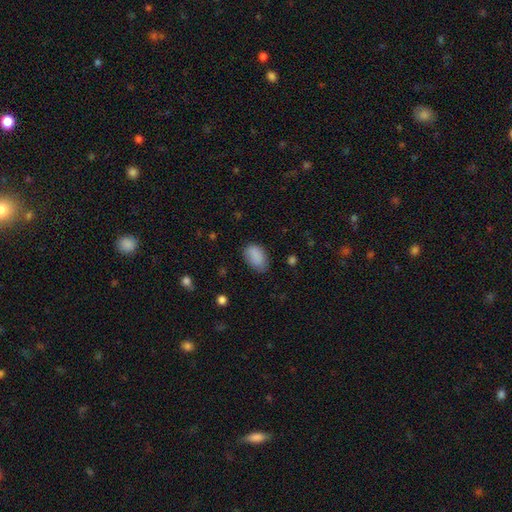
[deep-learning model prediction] This appears to be a smooth galaxy with no disk features (87%) that is in between round and cigar-shaped (90%). Merging: none (70%).